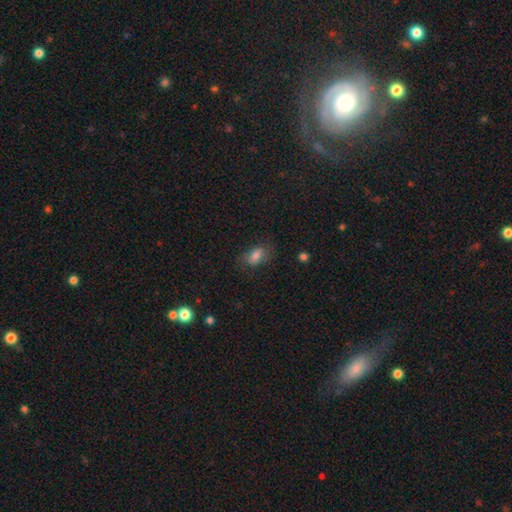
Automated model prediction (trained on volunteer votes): smooth-or-featured: smooth: 77% | featured or disk: 13% | star or artifact: 10%
  how-rounded: in between: 86% | round: 8% | cigar-shaped: 6%
  merging: none: 69% | minor disturbance: 21% | major disturbance: 9% | merger: 2%